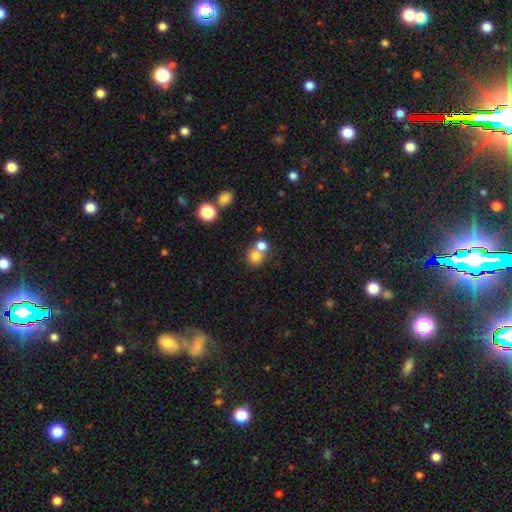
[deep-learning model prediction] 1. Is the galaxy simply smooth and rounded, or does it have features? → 76% smooth, 13% star or artifact, 11% featured or disk.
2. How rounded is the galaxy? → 82% round, 17% in between, 1% cigar-shaped.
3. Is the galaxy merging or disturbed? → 46% merger, 45% none, 6% minor disturbance, 3% major disturbance.